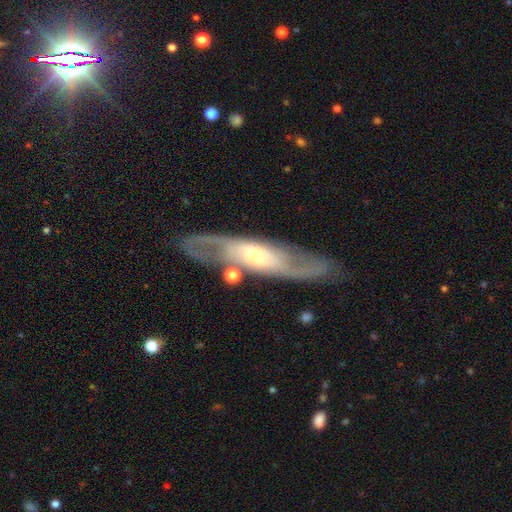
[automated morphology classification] Overall: featured or disk (76%). Edge-on disk: no (67%; yes 33%). Bar: no (45%; weak 38%). Spiral arms: yes (82%). Bulge size: moderate (47%; small 23%). Merging: none (68%).